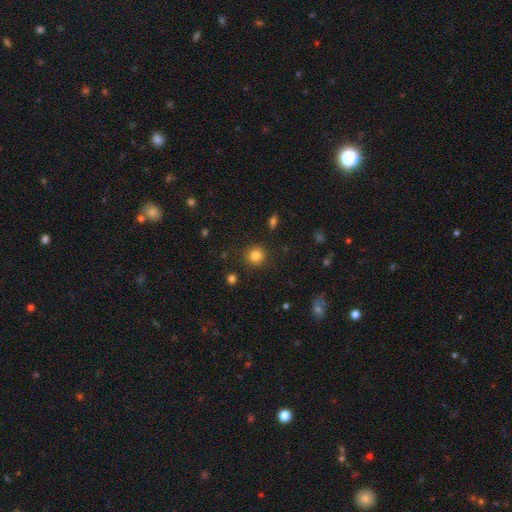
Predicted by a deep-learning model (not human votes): This is clearly a smooth galaxy (83%). How rounded: clearly round (92%). Merging: clearly none (89%).